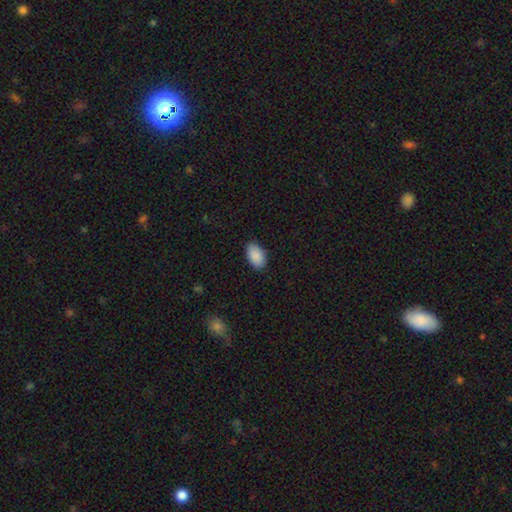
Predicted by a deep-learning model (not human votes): Smooth or featured? Predicted: smooth (p=0.90). How rounded? Predicted: in between (p=0.94). Merging? Predicted: none (p=0.84).